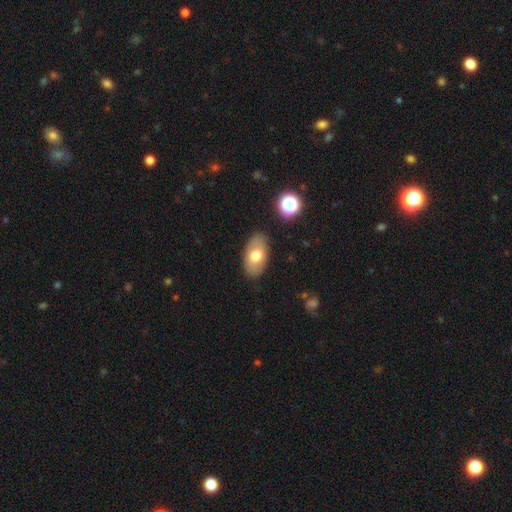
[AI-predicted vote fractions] Smooth or featured? Predicted: smooth (p=0.70). How rounded? Predicted: in between (p=0.92). Merging? Predicted: none (p=0.85).